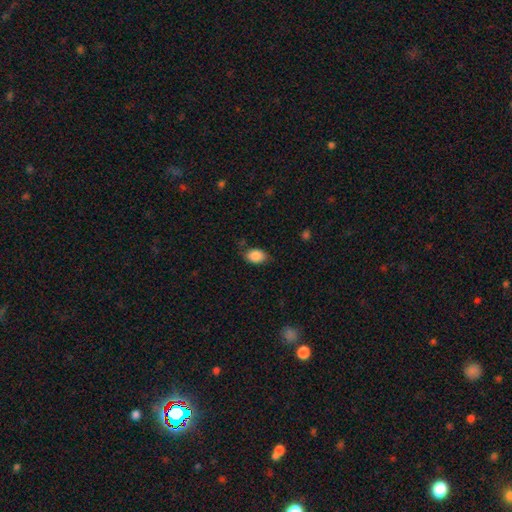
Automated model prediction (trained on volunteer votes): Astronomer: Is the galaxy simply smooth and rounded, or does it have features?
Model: smooth — 88%.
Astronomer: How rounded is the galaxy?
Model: in between — 83%.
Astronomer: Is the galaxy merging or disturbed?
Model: none — 74%.